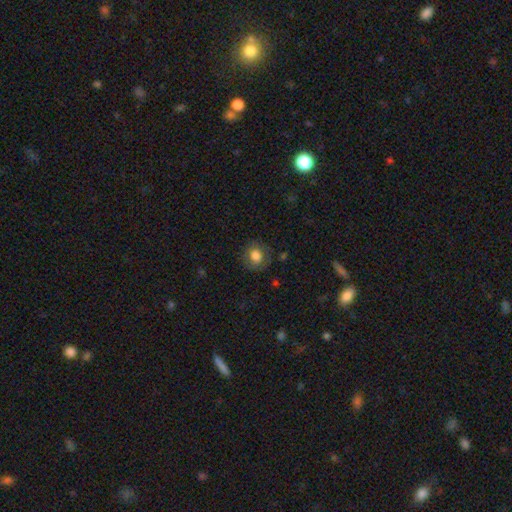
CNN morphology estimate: A smooth galaxy with no disk features (80%) that is round (79%).

Vote fractions:
- Smooth or featured? smooth: 80% / featured or disk: 11% / star or artifact: 9%
- How rounded? round: 79% / in between: 21% / cigar-shaped: 1%
- Merging? none: 82% / minor disturbance: 12% / major disturbance: 4% / merger: 1%